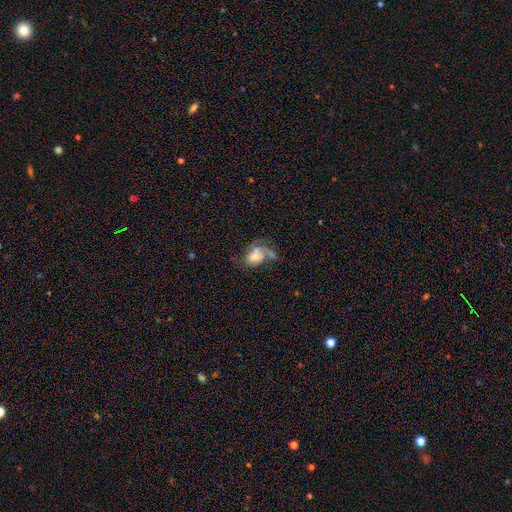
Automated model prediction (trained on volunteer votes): Morphology: type=smooth (45%); merging=major disturbance (32%).